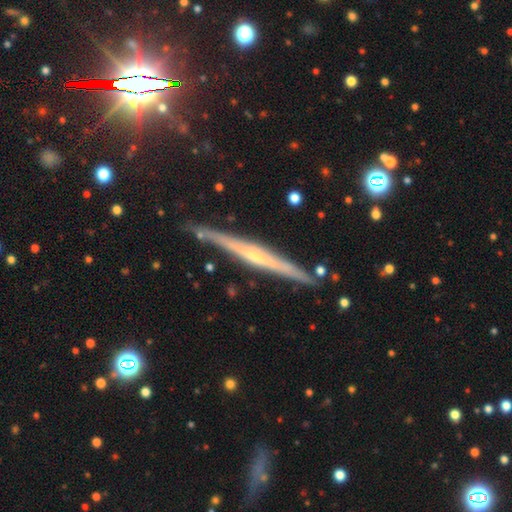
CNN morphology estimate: Smooth or featured: featured or disk — 73% (smooth — 20%)
Edge-on disk: yes — 97% (no — 3%)
Edge-on bulge: none — 45% (tied with rounded — 45%)
Merging: none — 85% (minor disturbance — 11%)